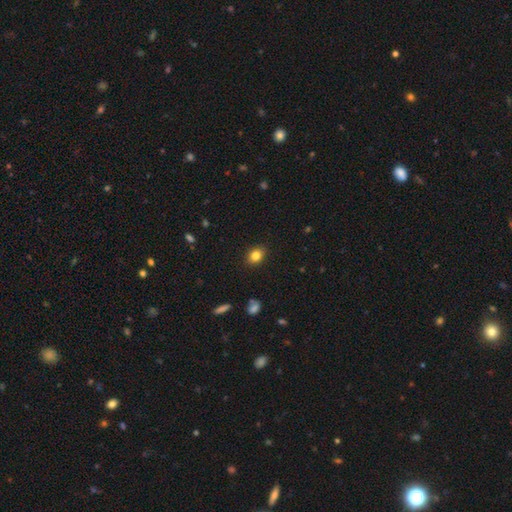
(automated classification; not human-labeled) Overall: smooth (83%). How rounded: in between (53%; round 45%). Merging: none (88%).